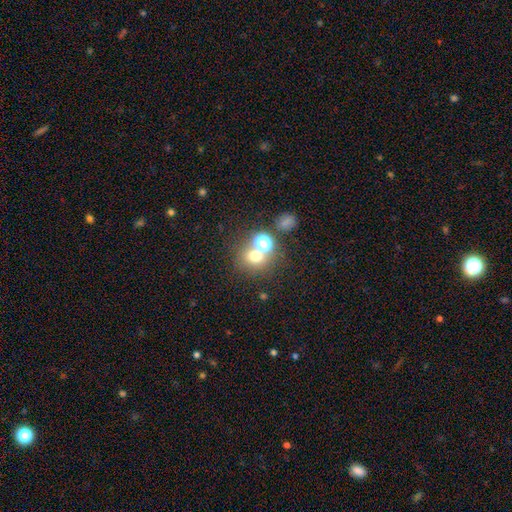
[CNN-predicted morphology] Smooth or featured? Predicted: smooth (p=0.65). How rounded? Predicted: round (p=0.76). Merging? Predicted: none (p=0.57).